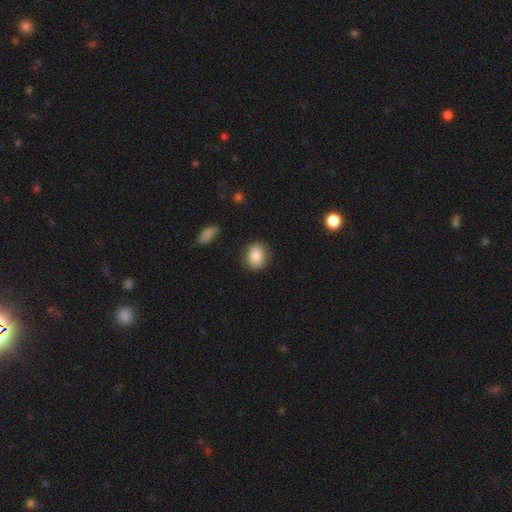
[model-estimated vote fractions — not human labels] Smooth or featured: smooth — 85% (star or artifact — 8%)
How rounded: in between — 53% (round — 46%)
Merging: none — 81% (minor disturbance — 13%)